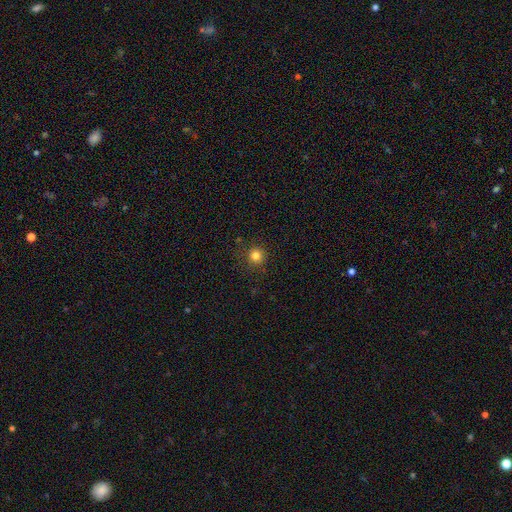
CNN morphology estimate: Smooth or featured? smooth (81%)
How rounded? round (95%)
Merging? none (89%)